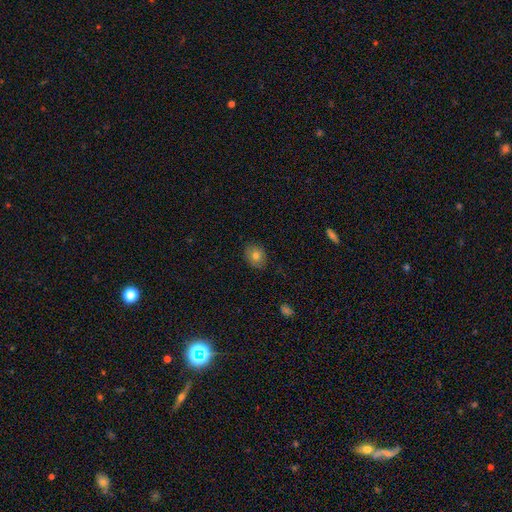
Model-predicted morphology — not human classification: The model was most divided on "how rounded": round: 61%, in between: 38%, cigar-shaped: 1%. More confident: merging — none (87%); smooth or featured — smooth (77%).